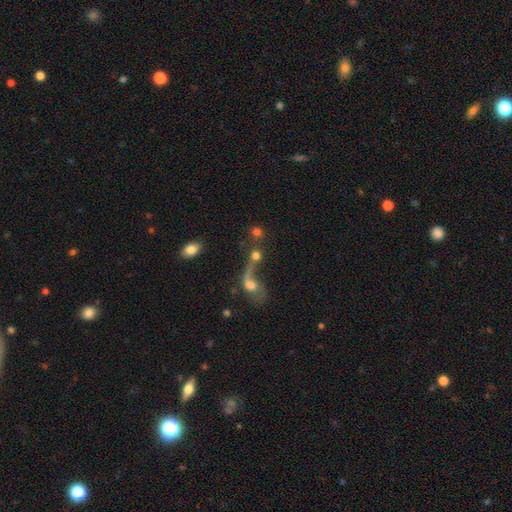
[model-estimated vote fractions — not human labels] This is likely a smooth galaxy (63%). How rounded: likely round (77%). Merging: possibly merger (50%).